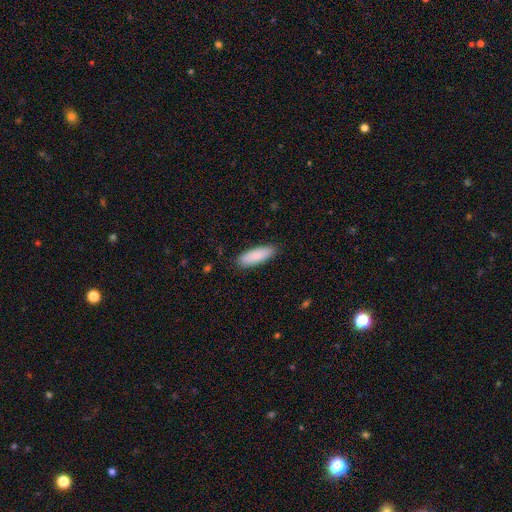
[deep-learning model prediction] Q: Smooth or featured?
A: smooth (87%); runner-up: featured or disk (8%)
Q: How rounded?
A: in between (60%); runner-up: cigar-shaped (38%)
Q: Merging?
A: none (88%); runner-up: minor disturbance (9%)